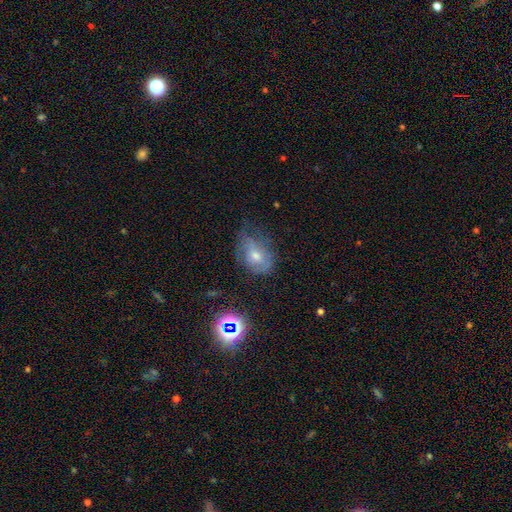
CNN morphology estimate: The model was most divided on "smooth or featured": featured or disk: 42%, smooth: 39%, star or artifact: 19%. Remaining: merging — none (46%).